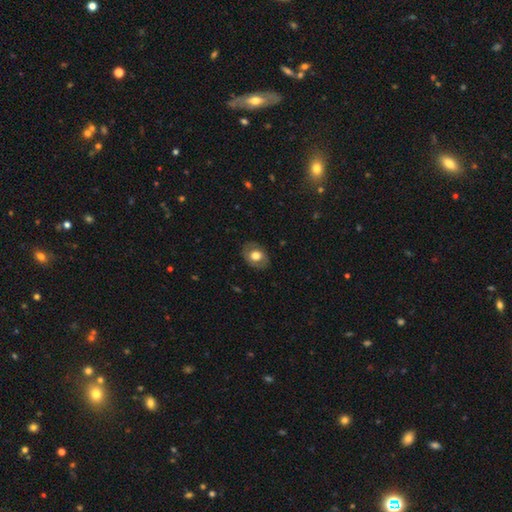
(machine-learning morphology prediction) Smooth or featured? Predicted: smooth (p=0.66). How rounded? Predicted: in between (p=0.63). Merging? Predicted: none (p=0.83).